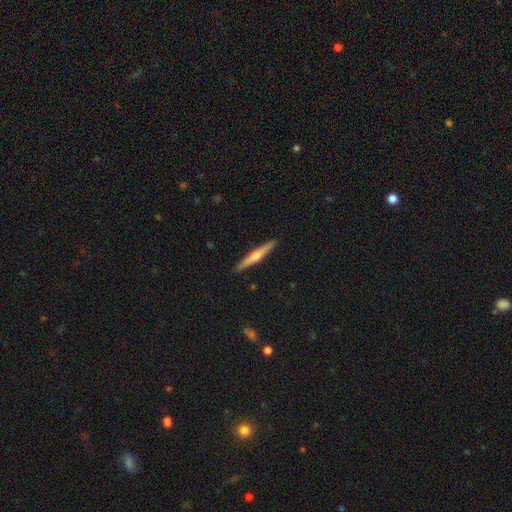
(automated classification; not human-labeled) This is likely a featured or disk galaxy (63%). It is clearly viewed edge-on (98%). Edge-on bulge: clearly rounded (86%). Merging: clearly none (92%).